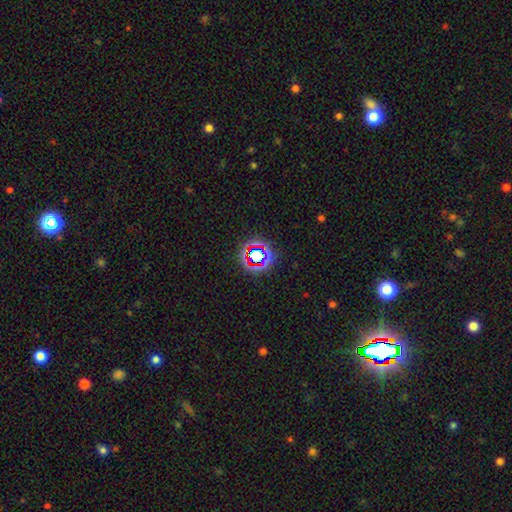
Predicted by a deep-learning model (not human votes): Morphology: type=star or artifact (65%).